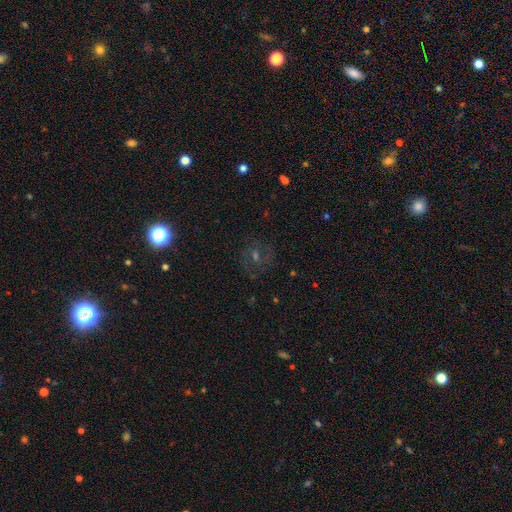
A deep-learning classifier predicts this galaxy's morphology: smooth-or-featured: featured or disk: 42% | star or artifact: 32% | smooth: 26%
  merging: none: 79% | minor disturbance: 11% | major disturbance: 7% | merger: 2%